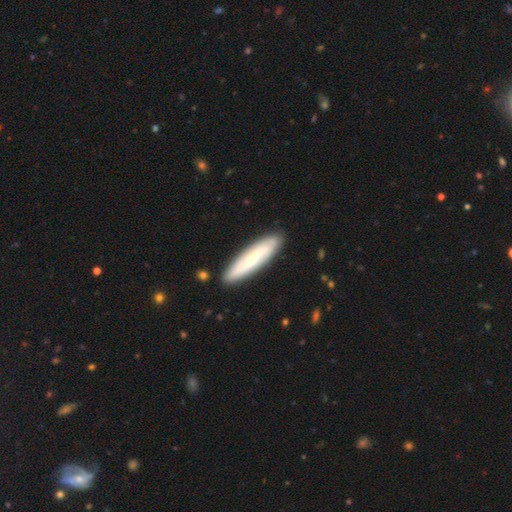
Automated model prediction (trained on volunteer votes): Morphology: type=smooth (58%); roundness=cigar-shaped (78%); merging=none (89%).